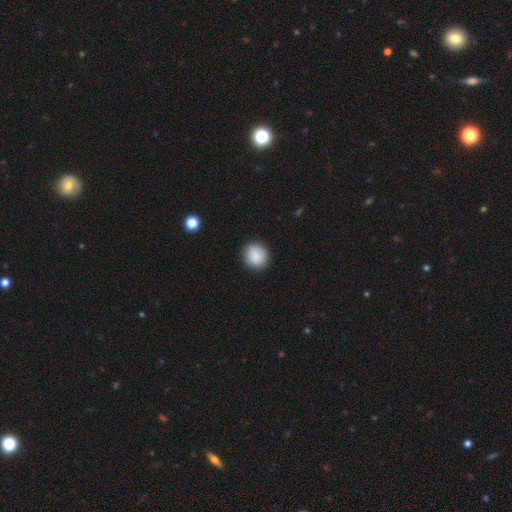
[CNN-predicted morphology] Smooth or featured? Predicted: smooth (p=0.88). How rounded? Predicted: round (p=0.86). Merging? Predicted: none (p=0.90).